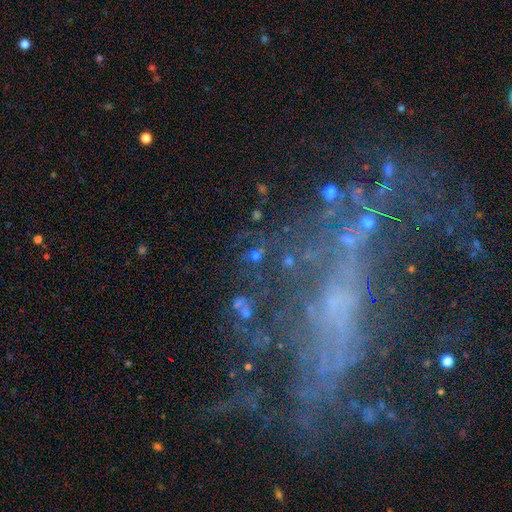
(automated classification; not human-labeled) Morphology: type=smooth (40%); merging=none (62%).